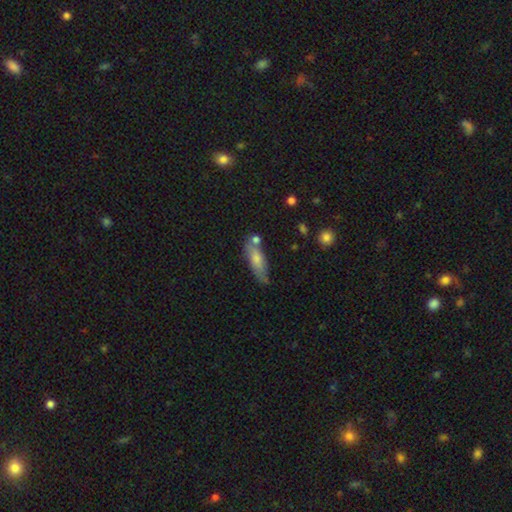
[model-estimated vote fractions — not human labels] Q: Smooth or featured?
A: smooth (65%); runner-up: featured or disk (27%)
Q: How rounded?
A: cigar-shaped (50%); runner-up: in between (47%)
Q: Merging?
A: none (62%); runner-up: minor disturbance (22%)